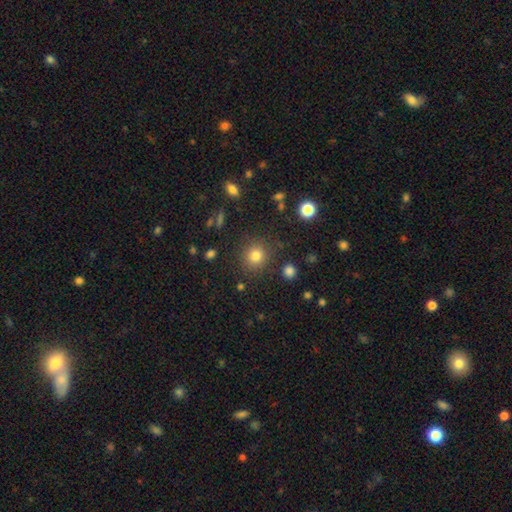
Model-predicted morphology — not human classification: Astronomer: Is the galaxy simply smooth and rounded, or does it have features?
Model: smooth — 80%.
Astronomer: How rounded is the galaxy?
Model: round — 90%.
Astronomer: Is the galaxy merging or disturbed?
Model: none — 86%.